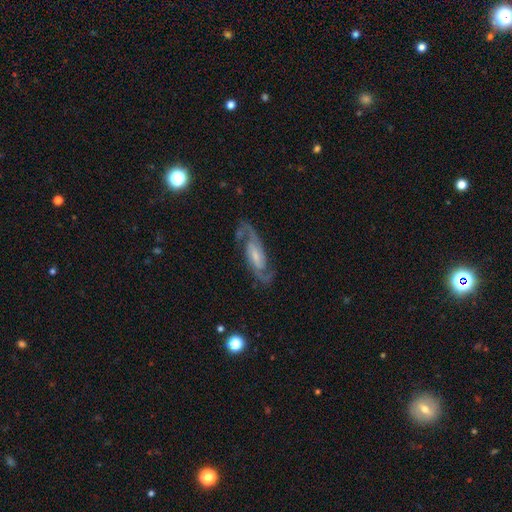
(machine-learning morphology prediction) A featured or disk galaxy (89%) with a weak bar (46%), 2 (91%) medium (56%) spiral arms (98%) and a small central bulge (55%).

Vote fractions:
- Smooth or featured? featured or disk: 89% / smooth: 6% / star or artifact: 5%
- Edge-on disk? no: 94% / yes: 6%
- Bar? weak: 46% / strong: 29% / no: 25%
- Spiral arms? yes: 98% / no: 2%
- Spiral winding? medium: 56% / tight: 26% / loose: 17%
- Spiral arm count? 2: 91% / can't tell: 3% / 3: 2% / 1: 1% / 4: 1% / more than 4: 1%
- Bulge size? small: 55% / moderate: 28% / none: 12% / large: 4% / dominant: 1%
- Merging? none: 79% / minor disturbance: 14% / major disturbance: 6% / merger: 2%